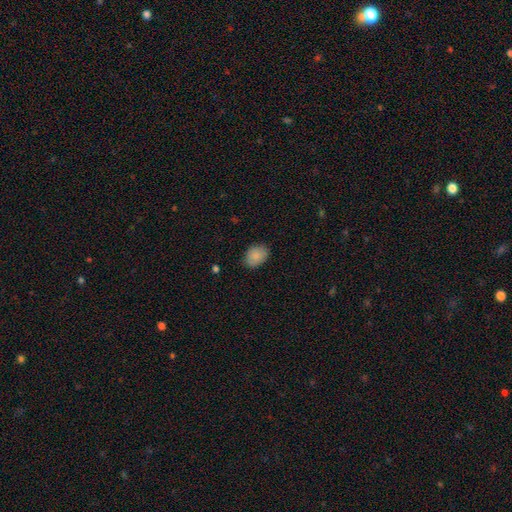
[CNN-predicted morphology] Smooth or featured?
  - smooth: 87% *
  - star or artifact: 7%
  - featured or disk: 6%
How rounded?
  - in between: 72% *
  - round: 27%
  - cigar-shaped: 1%
Merging?
  - none: 82% *
  - minor disturbance: 14%
  - major disturbance: 3%
  - merger: 1%